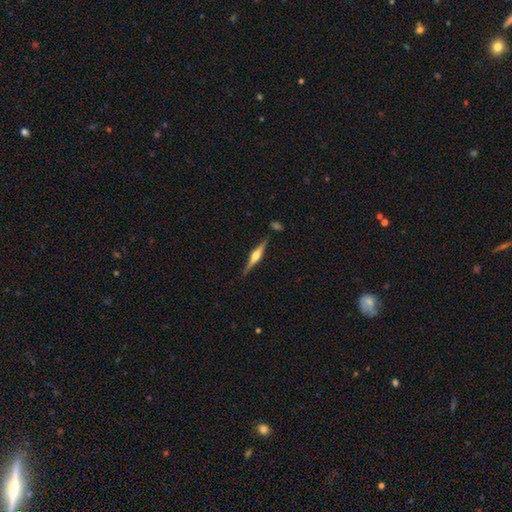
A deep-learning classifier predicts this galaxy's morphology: Smooth or featured? featured or disk (78%)
Edge-on disk? yes (98%)
Edge-on bulge? rounded (93%)
Merging? none (86%)